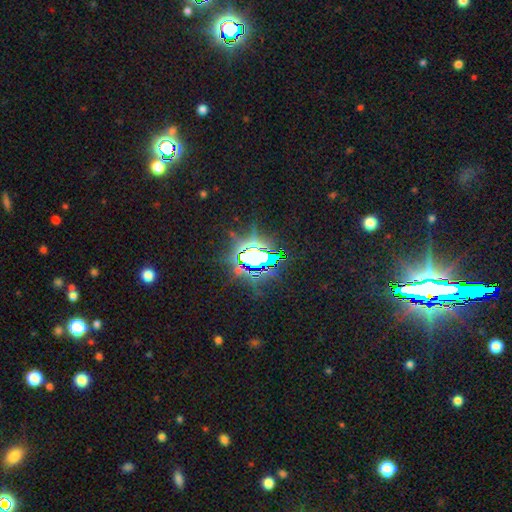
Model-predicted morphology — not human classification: Smooth or featured?
  - star or artifact: 83% *
  - smooth: 9%
  - featured or disk: 7%